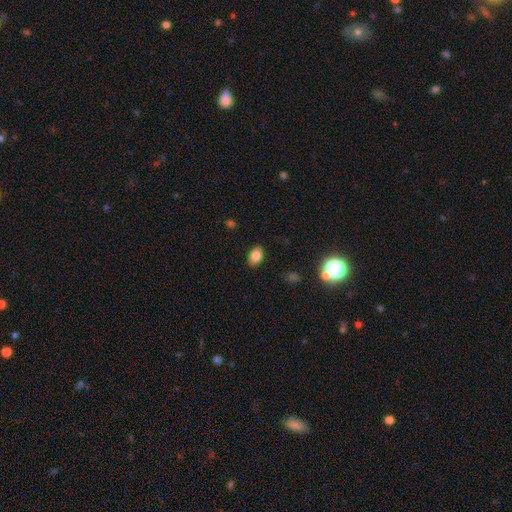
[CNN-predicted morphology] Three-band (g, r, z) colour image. It shows a smooth galaxy with no disk features (81%) that is in between round and cigar-shaped (87%). Merging: none (87%).